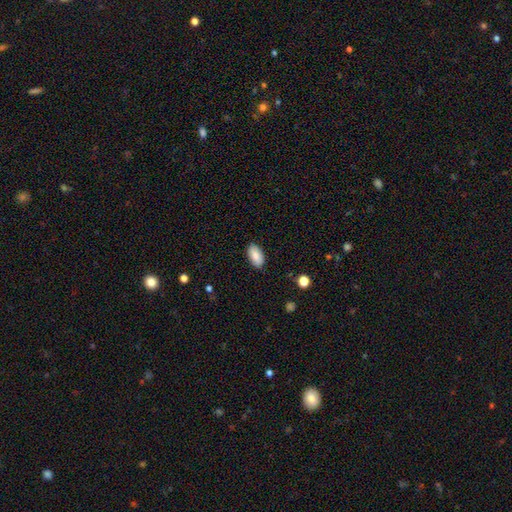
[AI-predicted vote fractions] Smooth or featured: smooth — 86% (featured or disk — 7%)
How rounded: in between — 94% (cigar-shaped — 3%)
Merging: none — 88% (minor disturbance — 9%)